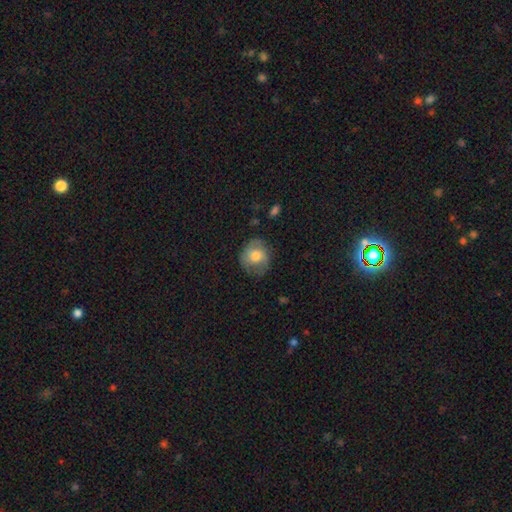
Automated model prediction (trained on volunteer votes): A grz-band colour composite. It shows a smooth galaxy with no disk features (66%) that is round (77%). Merging: none (69%).